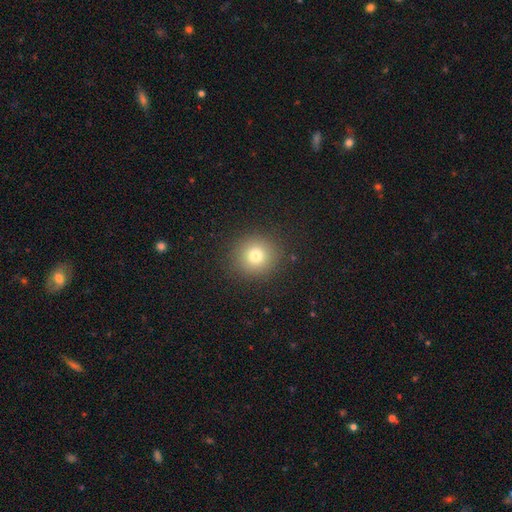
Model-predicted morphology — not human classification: A smooth galaxy with no disk features (76%) that is round (92%).

Vote fractions:
- Smooth or featured? smooth: 76% / star or artifact: 14% / featured or disk: 10%
- How rounded? round: 92% / in between: 7% / cigar-shaped: 1%
- Merging? none: 89% / minor disturbance: 7% / major disturbance: 3% / merger: 1%